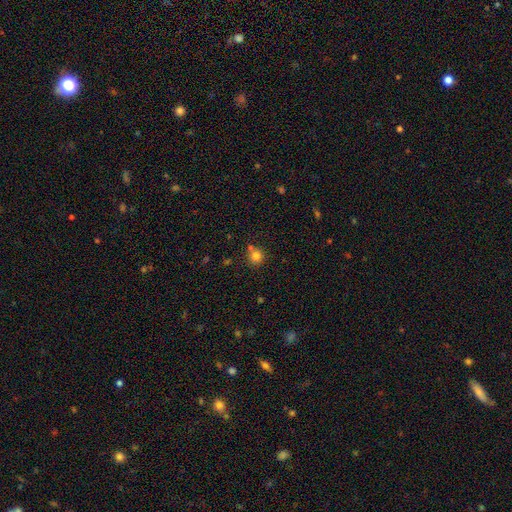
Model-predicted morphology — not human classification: The model was most divided on "merging": none: 71%, merger: 16%, minor disturbance: 10%, major disturbance: 3%. More confident: how rounded — round (91%); smooth or featured — smooth (81%).